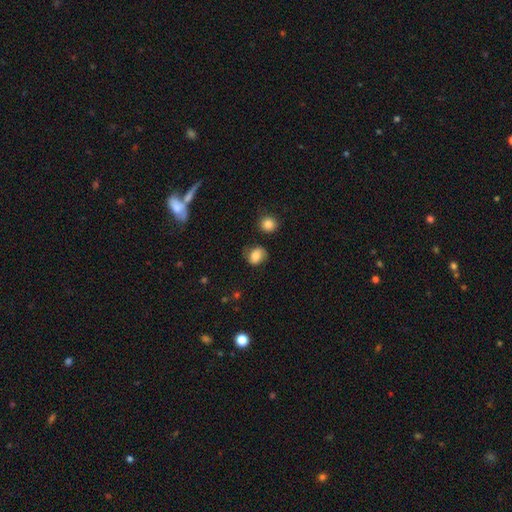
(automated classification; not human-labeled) A smooth galaxy with no disk features (72%) that is round (55%). Merging: none (70%).